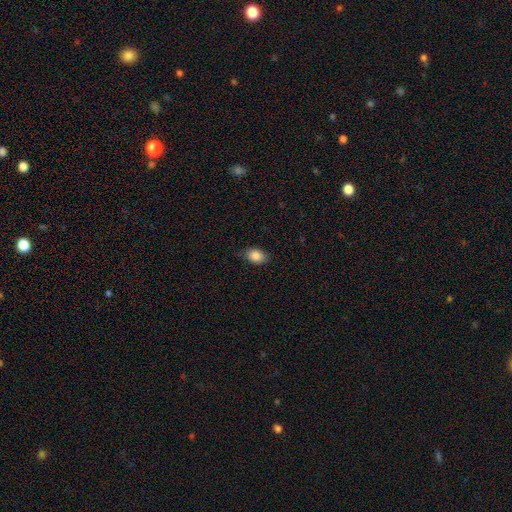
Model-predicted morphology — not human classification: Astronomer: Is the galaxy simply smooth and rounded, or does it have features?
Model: smooth — 86%.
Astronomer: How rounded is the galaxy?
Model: in between — 81%.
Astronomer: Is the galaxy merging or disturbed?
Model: none — 80%.